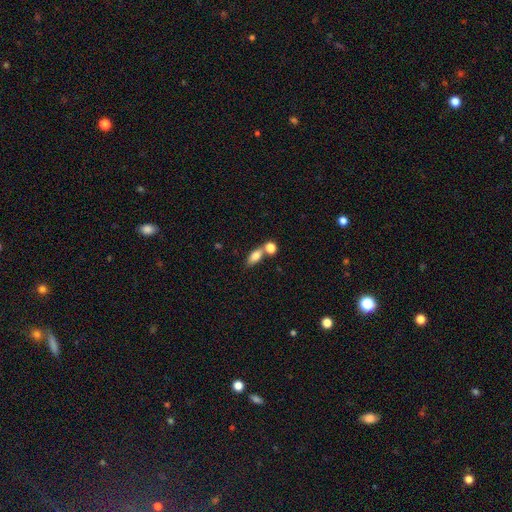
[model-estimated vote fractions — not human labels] The model was most divided on "merging": none: 50%, merger: 35%, minor disturbance: 11%, major disturbance: 4%. More confident: how rounded — in between (79%); smooth or featured — smooth (78%).